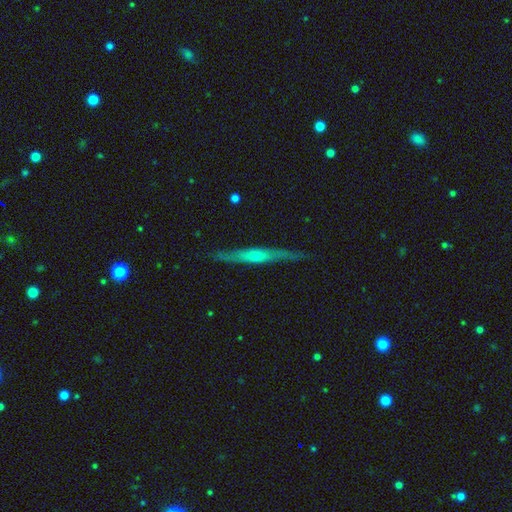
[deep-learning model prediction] Smooth or featured? Predicted: featured or disk (p=0.67). Edge-on disk? Predicted: yes (p=0.95). Edge-on bulge? Predicted: rounded (p=0.73). Merging? Predicted: none (p=0.85).